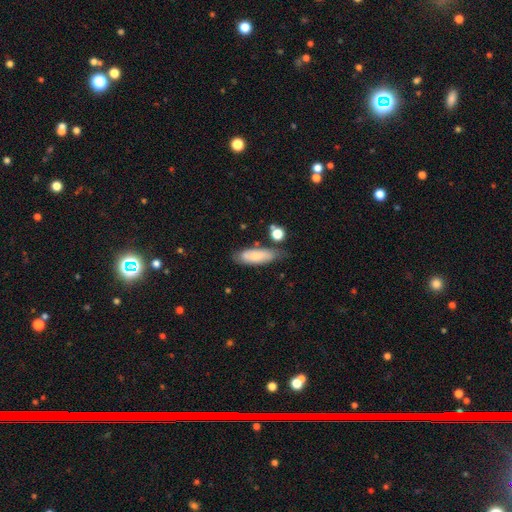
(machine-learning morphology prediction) This is likely a smooth galaxy (71%). How rounded: likely in between (62%). Merging: likely none (63%).